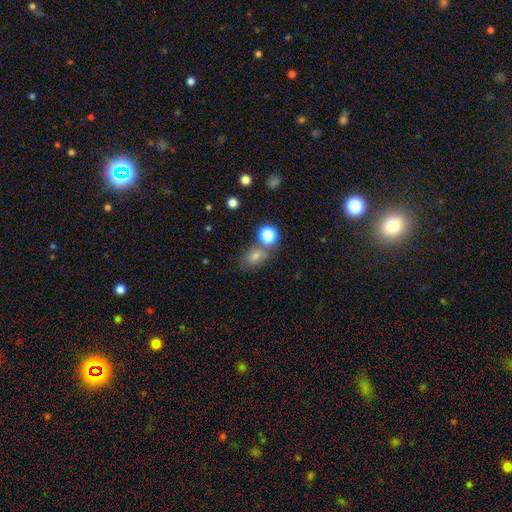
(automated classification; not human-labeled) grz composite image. It shows a smooth galaxy with no disk features (67%) that is in between round and cigar-shaped (62%). Merging: none (65%).